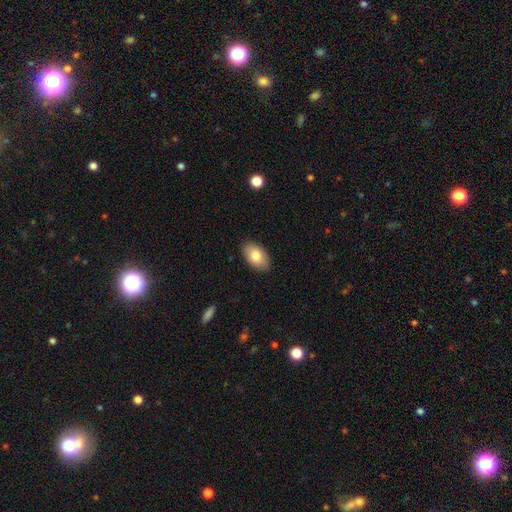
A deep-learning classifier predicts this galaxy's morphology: Smooth or featured? Predicted: smooth (p=0.79). How rounded? Predicted: in between (p=0.93). Merging? Predicted: none (p=0.87).